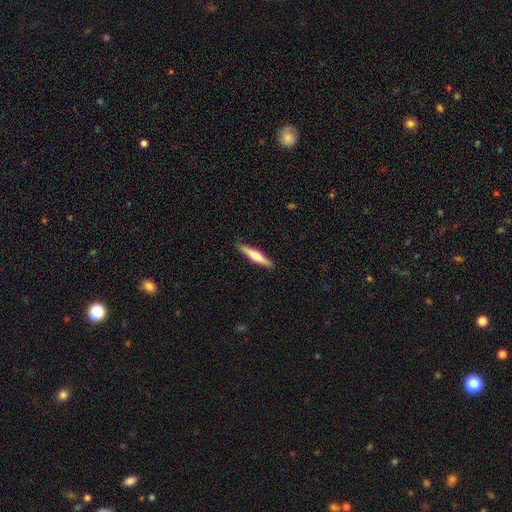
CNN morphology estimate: Overall: featured or disk (50%; smooth 45%). Merging: none (90%).